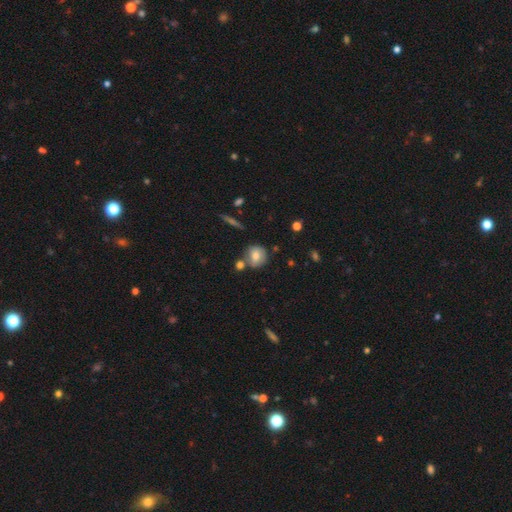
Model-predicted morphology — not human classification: smooth_or_featured: smooth (p=0.73) [alt: featured or disk p=0.17]
how_rounded: round (p=0.83) [alt: in between p=0.15]
merging: none (p=0.67) [alt: merger p=0.17]